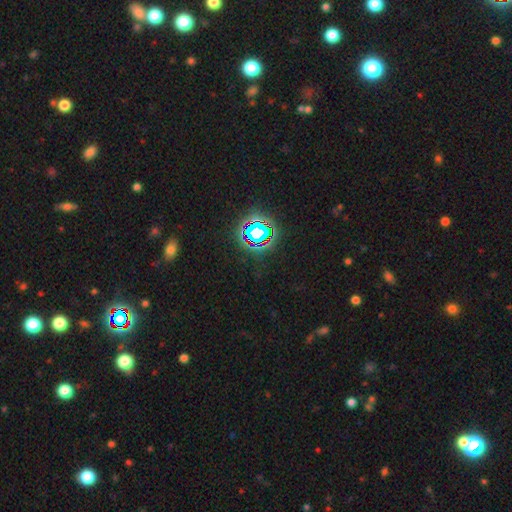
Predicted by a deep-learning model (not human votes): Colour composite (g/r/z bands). It shows a star or artifact, not a galaxy (79%).